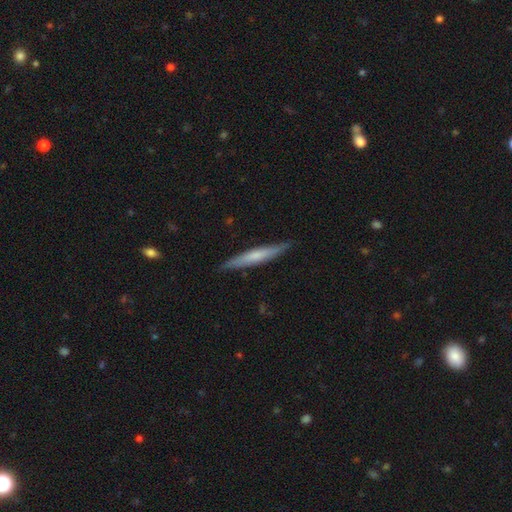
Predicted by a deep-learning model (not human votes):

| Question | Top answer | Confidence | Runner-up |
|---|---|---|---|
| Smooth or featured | smooth | 53% | featured or disk (42%) |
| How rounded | cigar-shaped | 95% | in between (4%) |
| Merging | none | 88% | minor disturbance (9%) |